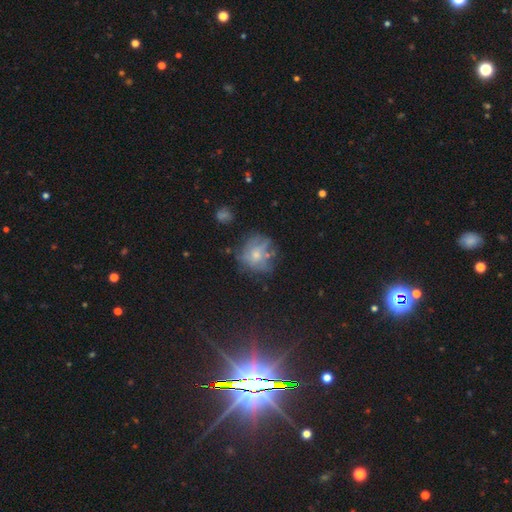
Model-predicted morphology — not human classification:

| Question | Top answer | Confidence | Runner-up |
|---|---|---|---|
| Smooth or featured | star or artifact | 38% | featured or disk (35%) |